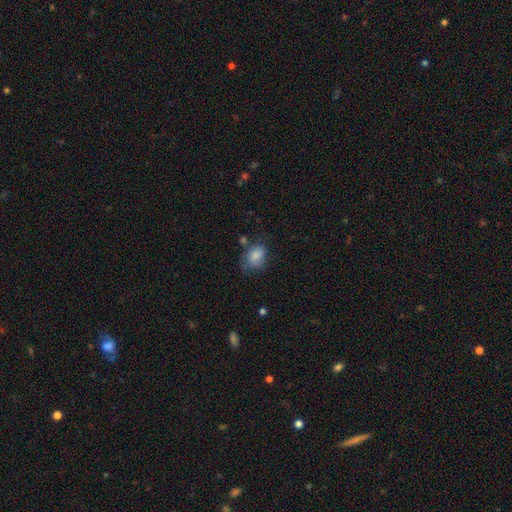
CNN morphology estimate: Smooth or featured? Predicted: smooth (p=0.81). How rounded? Predicted: in between (p=0.66). Merging? Predicted: none (p=0.50).